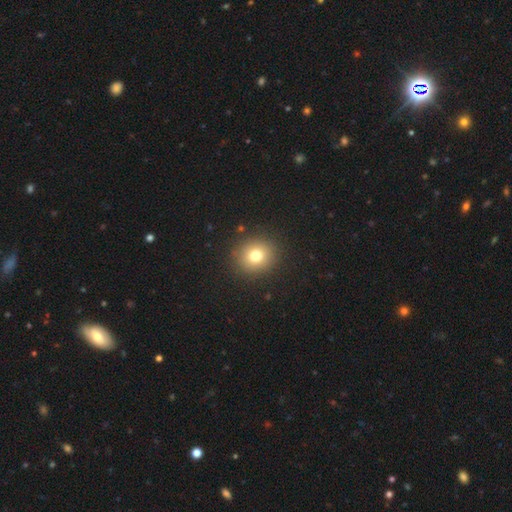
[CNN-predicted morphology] The model was most divided on "smooth or featured": smooth: 76%, star or artifact: 13%, featured or disk: 10%. More confident: merging — none (90%); how rounded — round (81%).